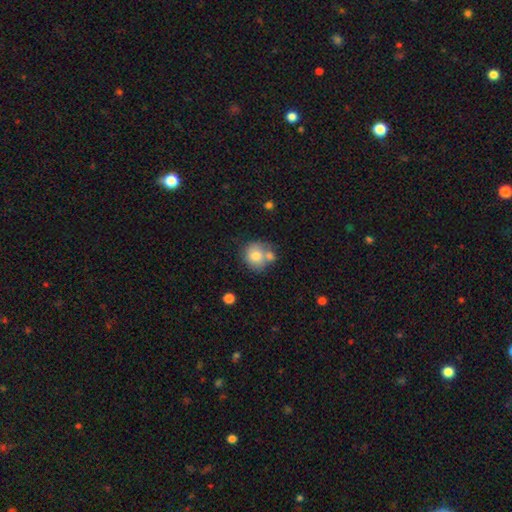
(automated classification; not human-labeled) The model was most divided on "merging": none: 45%, merger: 36%, minor disturbance: 14%, major disturbance: 5%. More confident: how rounded — round (81%); smooth or featured — smooth (77%).